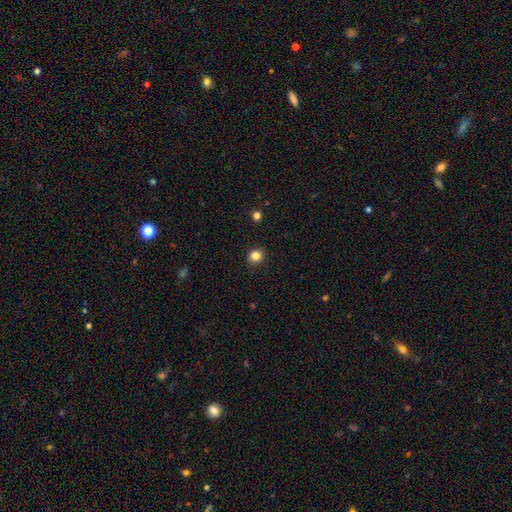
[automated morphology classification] Smooth or featured?
  - smooth: 85% *
  - star or artifact: 11%
  - featured or disk: 4%
How rounded?
  - round: 83% *
  - in between: 17%
  - cigar-shaped: 1%
Merging?
  - none: 90% *
  - minor disturbance: 7%
  - major disturbance: 2%
  - merger: 1%